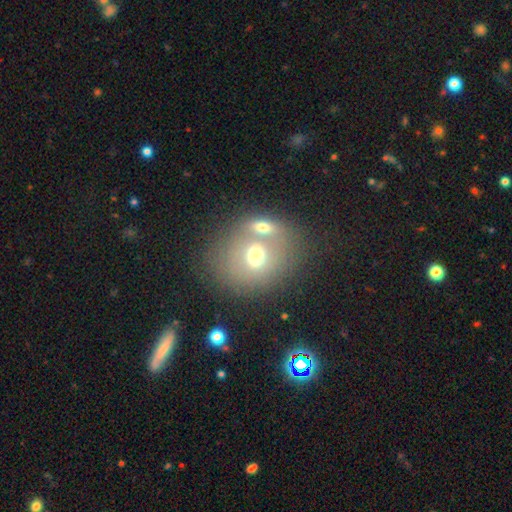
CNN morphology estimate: Overall: smooth (62%; featured or disk 26%). How rounded: round (57%; in between 41%). Merging: none (44%; merger 40%).